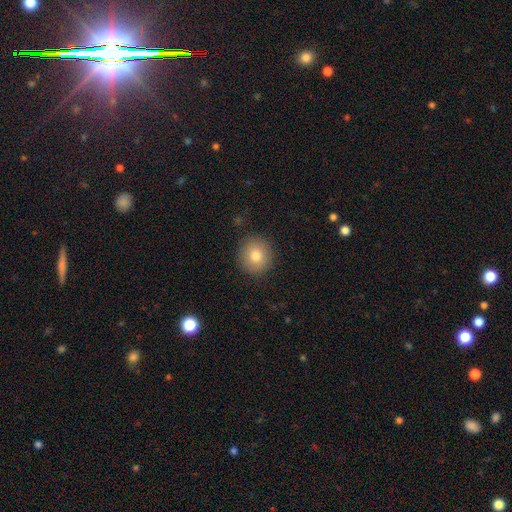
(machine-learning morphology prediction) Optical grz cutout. It shows a smooth galaxy with no disk features (80%) that is round (90%). Merging: none (90%).